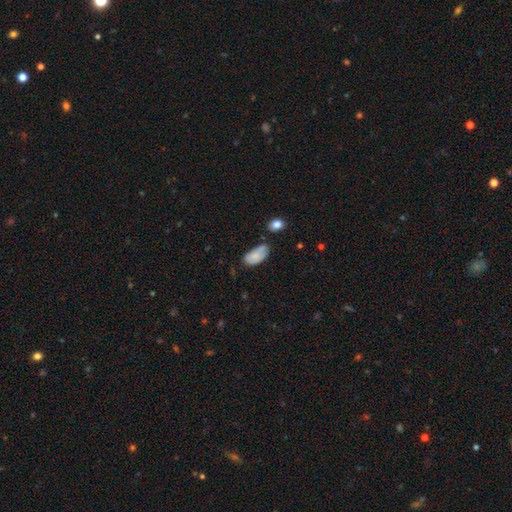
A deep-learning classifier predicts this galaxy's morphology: A smooth galaxy with no disk features (79%) that is in between round and cigar-shaped (93%).

Vote fractions:
- Smooth or featured? smooth: 79% / featured or disk: 13% / star or artifact: 7%
- How rounded? in between: 93% / cigar-shaped: 4% / round: 3%
- Merging? none: 48% / minor disturbance: 34% / major disturbance: 10% / merger: 8%